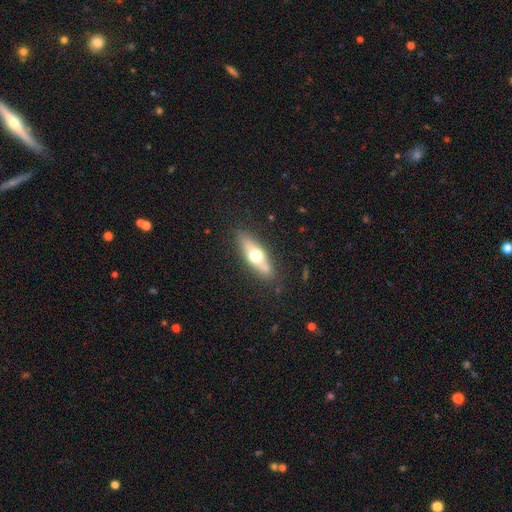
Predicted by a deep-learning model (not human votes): A smooth galaxy with no disk features (50%) that is cigar-shaped (48%, tied with in between). Merging: none (83%).